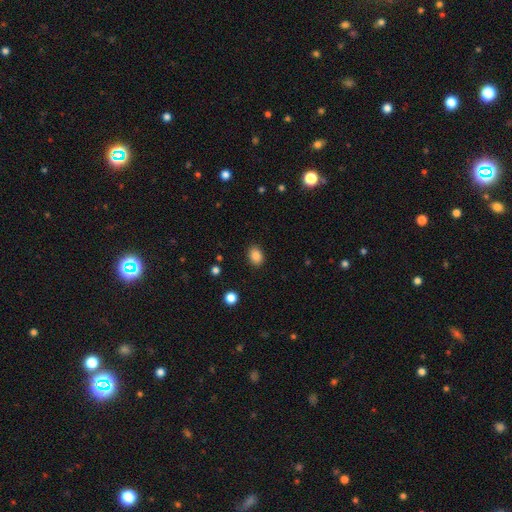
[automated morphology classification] A smooth galaxy with no disk features (87%) that is in between round and cigar-shaped (65%). Merging: none (89%).